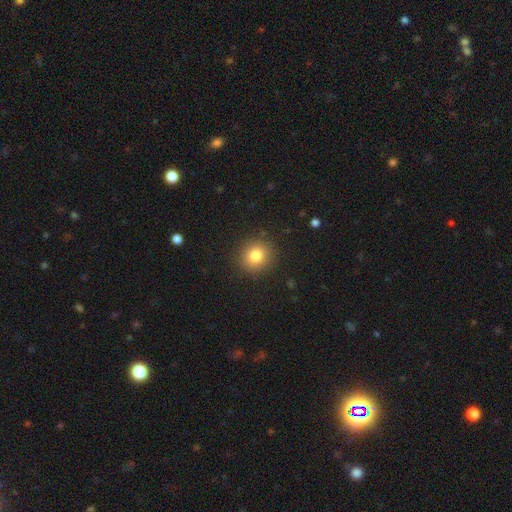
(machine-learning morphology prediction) Smooth or featured: smooth — 81% (star or artifact — 11%)
How rounded: round — 86% (in between — 13%)
Merging: none — 89% (minor disturbance — 7%)